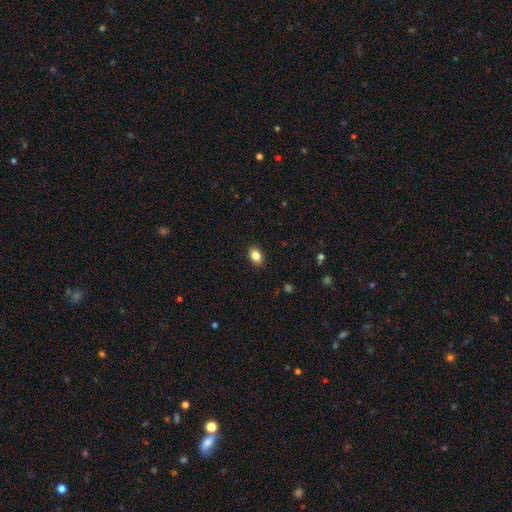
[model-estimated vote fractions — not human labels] Overall: smooth (84%). How rounded: in between (81%). Merging: none (89%).